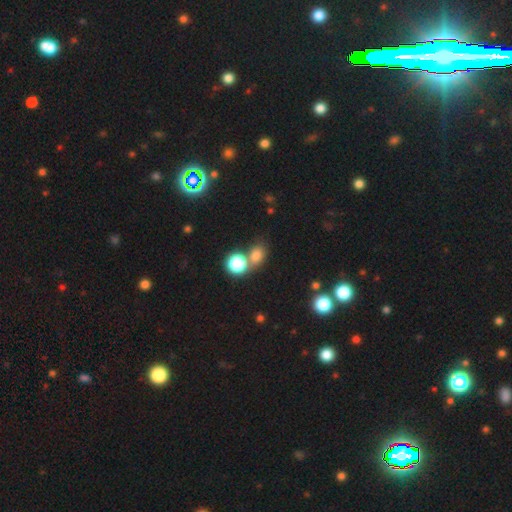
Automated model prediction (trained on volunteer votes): Q: Smooth or featured?
A: smooth (75%); runner-up: star or artifact (17%)
Q: How rounded?
A: round (56%); runner-up: in between (42%)
Q: Merging?
A: none (45%); runner-up: merger (41%)